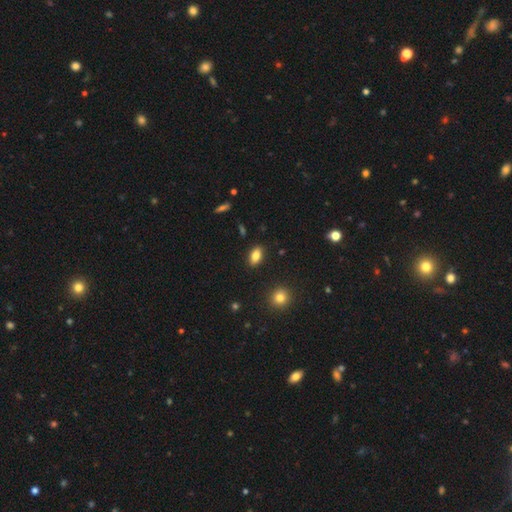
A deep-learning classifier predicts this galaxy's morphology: smooth-or-featured: smooth: 83% | star or artifact: 9% | featured or disk: 8%
  how-rounded: in between: 88% | round: 8% | cigar-shaped: 4%
  merging: none: 88% | minor disturbance: 9% | major disturbance: 2% | merger: 2%